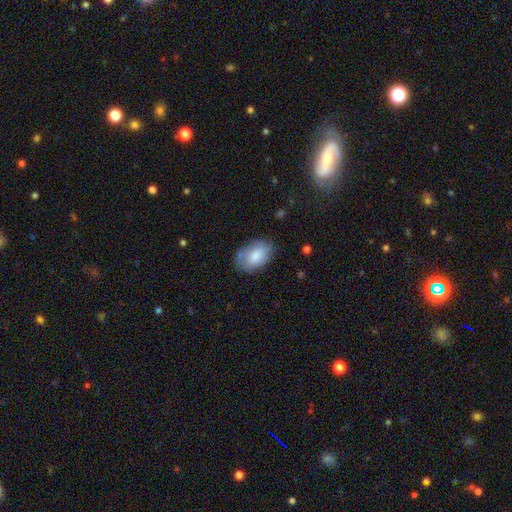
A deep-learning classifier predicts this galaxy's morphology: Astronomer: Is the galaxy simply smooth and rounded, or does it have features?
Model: smooth — 81%.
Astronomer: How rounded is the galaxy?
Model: in between — 89%.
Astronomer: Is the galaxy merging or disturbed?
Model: none — 71%.